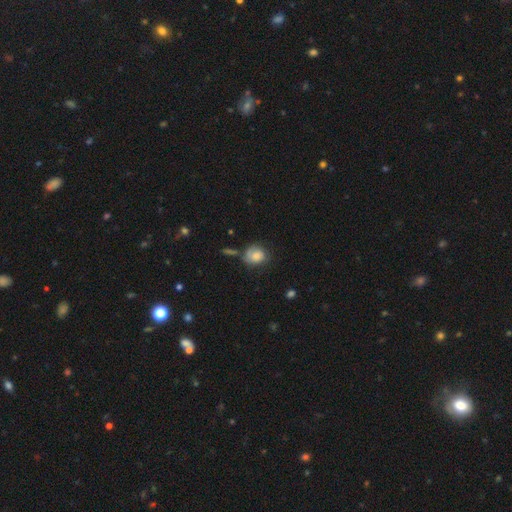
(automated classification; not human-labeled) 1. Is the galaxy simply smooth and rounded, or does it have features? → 68% smooth, 23% featured or disk, 9% star or artifact.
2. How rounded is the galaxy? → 65% round, 34% in between, 1% cigar-shaped.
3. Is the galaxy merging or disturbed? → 51% none, 27% minor disturbance, 13% major disturbance, 9% merger.